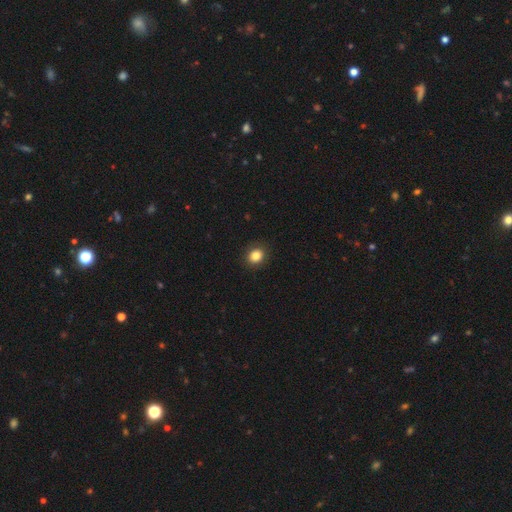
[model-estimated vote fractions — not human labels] A smooth galaxy with no disk features (84%) that is round (71%).

Vote fractions:
- Smooth or featured? smooth: 84% / star or artifact: 10% / featured or disk: 5%
- How rounded? round: 71% / in between: 28% / cigar-shaped: 1%
- Merging? none: 90% / minor disturbance: 7% / major disturbance: 2% / merger: 1%